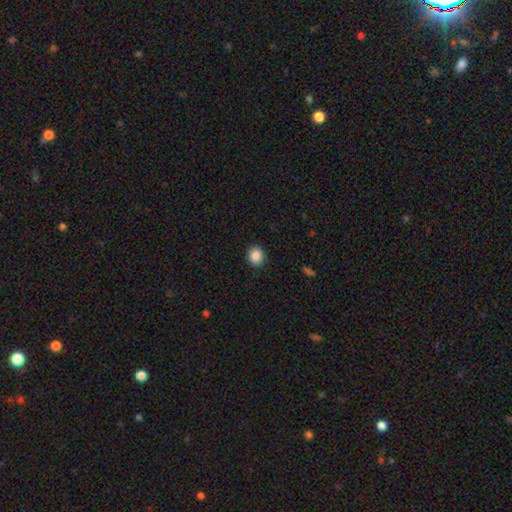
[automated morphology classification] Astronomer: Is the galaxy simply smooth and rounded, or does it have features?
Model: smooth — 88%.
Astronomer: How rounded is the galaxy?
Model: round — 70%.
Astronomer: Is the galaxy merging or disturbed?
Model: none — 90%.